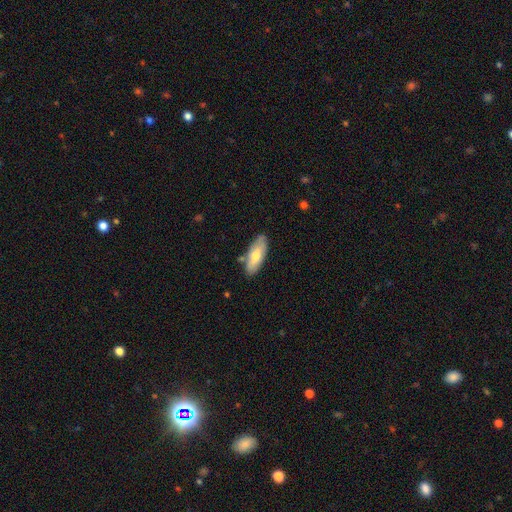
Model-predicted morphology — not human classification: Smooth or featured? smooth (66%)
How rounded? in between (78%)
Merging? none (78%)